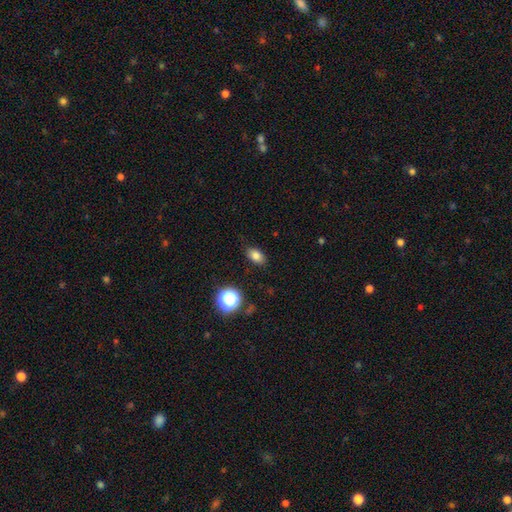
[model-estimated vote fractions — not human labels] Smooth or featured? Predicted: smooth (p=0.80). How rounded? Predicted: in between (p=0.85). Merging? Predicted: none (p=0.86).